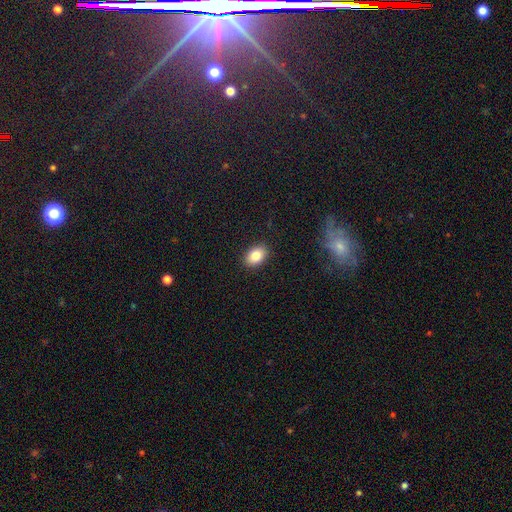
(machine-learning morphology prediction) smooth 83%, star or artifact 9%, featured or disk 8%. Down the decision tree: how rounded — in between (81%); merging — none (89%).